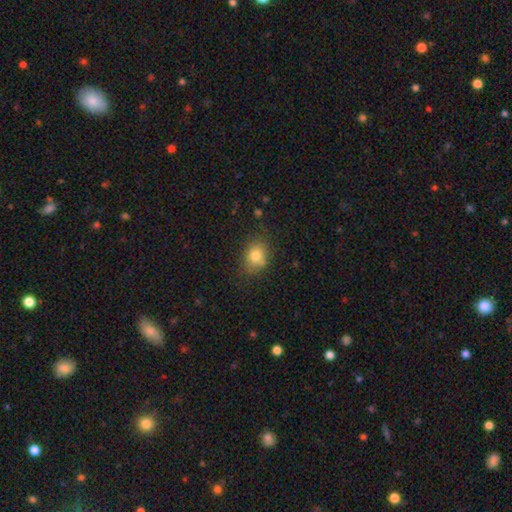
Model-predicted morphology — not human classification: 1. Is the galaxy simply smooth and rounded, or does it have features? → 79% smooth, 11% star or artifact, 10% featured or disk.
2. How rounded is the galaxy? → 54% in between, 45% round, 1% cigar-shaped.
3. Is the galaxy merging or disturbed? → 73% none, 18% minor disturbance, 5% major disturbance, 4% merger.